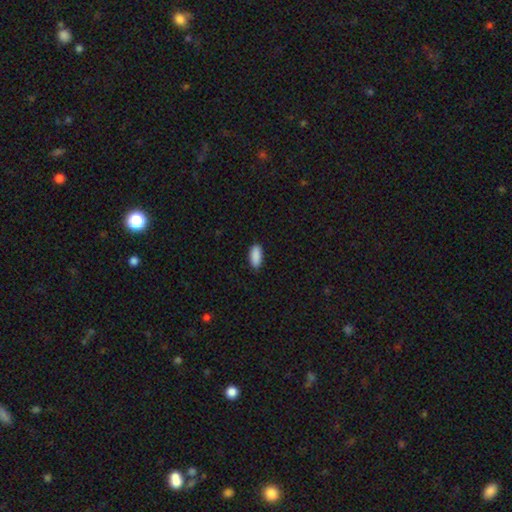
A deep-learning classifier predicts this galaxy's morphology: Overall: smooth (91%). How rounded: in between (86%). Merging: none (89%).